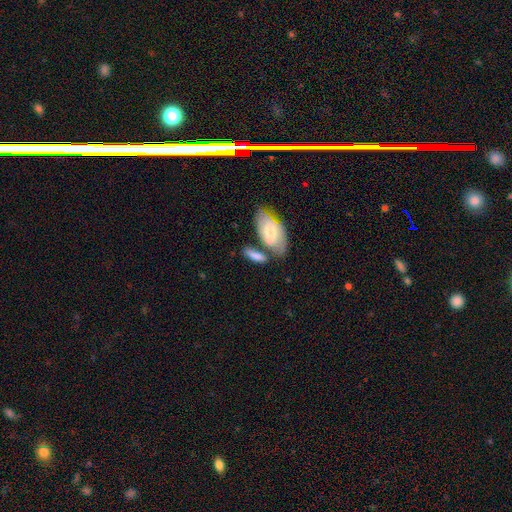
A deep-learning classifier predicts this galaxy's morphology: This is likely a smooth galaxy (72%). How rounded: likely in between (76%). Merging: possibly none (47%).